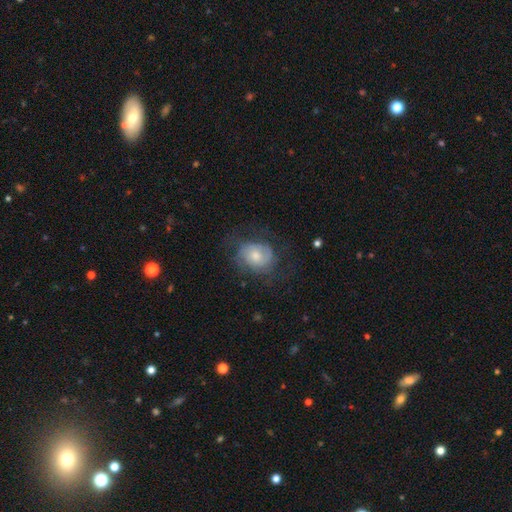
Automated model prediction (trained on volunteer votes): Q: Smooth or featured?
A: featured or disk (50%); runner-up: smooth (42%)
Q: Merging?
A: none (57%); runner-up: minor disturbance (23%)